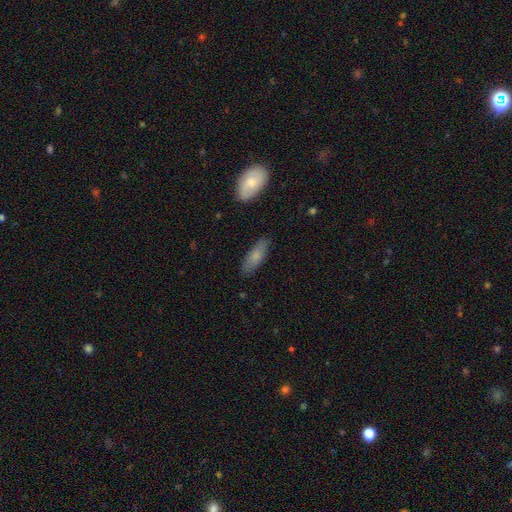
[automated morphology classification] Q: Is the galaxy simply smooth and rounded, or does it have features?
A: smooth — 76%.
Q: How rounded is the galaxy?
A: in between — 61%.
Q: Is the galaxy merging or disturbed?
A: none — 83%.